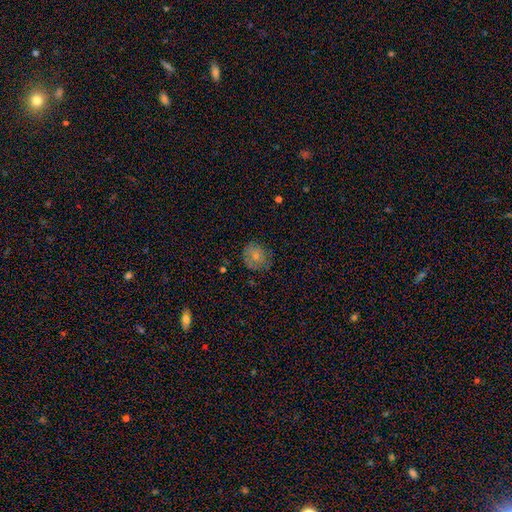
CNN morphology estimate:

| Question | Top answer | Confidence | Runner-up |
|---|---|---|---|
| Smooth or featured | smooth | 73% | featured or disk (17%) |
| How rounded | round | 75% | in between (24%) |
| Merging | none | 75% | minor disturbance (18%) |